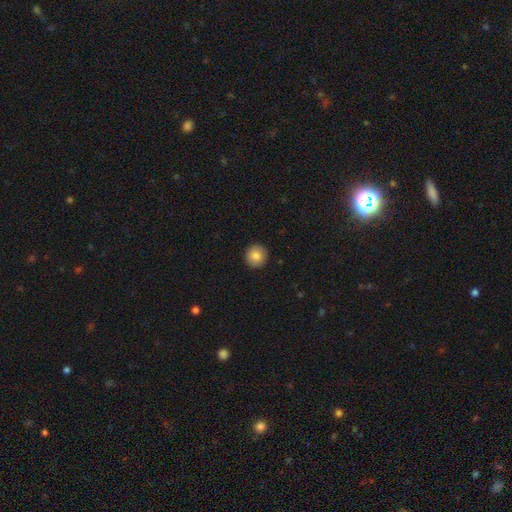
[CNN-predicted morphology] smooth 82%, featured or disk 10%, star or artifact 8%. Down the decision tree: how rounded — round (94%); merging — none (92%).